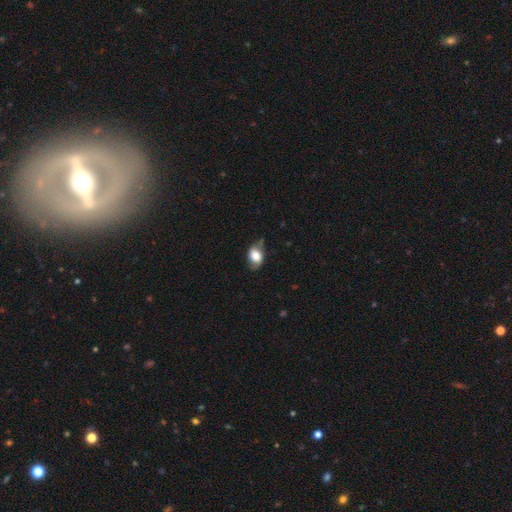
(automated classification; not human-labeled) Smooth or featured? Predicted: smooth (p=0.69). How rounded? Predicted: in between (p=0.77). Merging? Predicted: none (p=0.60).